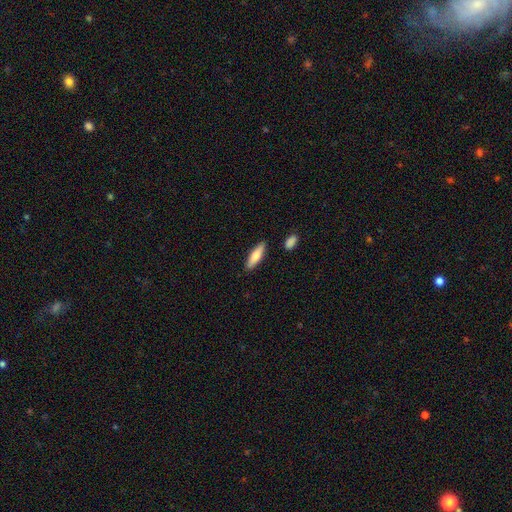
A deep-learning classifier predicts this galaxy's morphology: Overall: smooth (72%). How rounded: cigar-shaped (61%; in between 37%). Merging: none (86%).